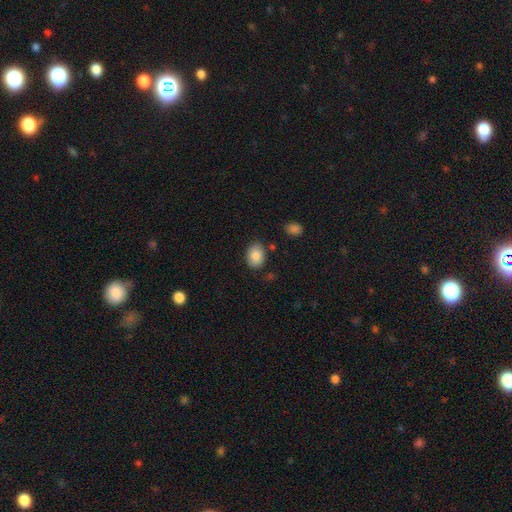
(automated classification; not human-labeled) Smooth or featured? smooth (86%)
How rounded? in between (72%)
Merging? none (82%)